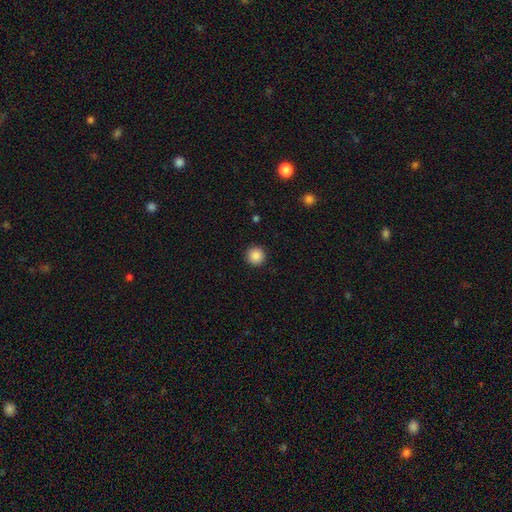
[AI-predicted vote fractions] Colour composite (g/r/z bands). It shows a smooth galaxy with no disk features (88%) that is round (96%). Merging: none (93%).